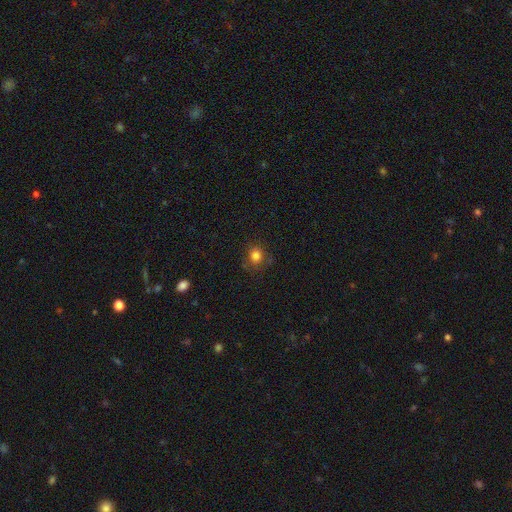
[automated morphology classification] A smooth galaxy with no disk features (81%) that is round (81%).

Vote fractions:
- Smooth or featured? smooth: 81% / star or artifact: 13% / featured or disk: 7%
- How rounded? round: 81% / in between: 18% / cigar-shaped: 1%
- Merging? none: 76% / minor disturbance: 16% / major disturbance: 6% / merger: 2%